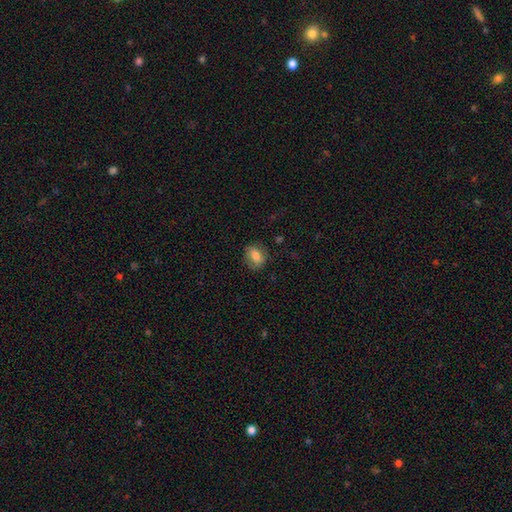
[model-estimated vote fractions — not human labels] Smooth or featured? Predicted: smooth (p=0.77). How rounded? Predicted: in between (p=0.64). Merging? Predicted: none (p=0.76).